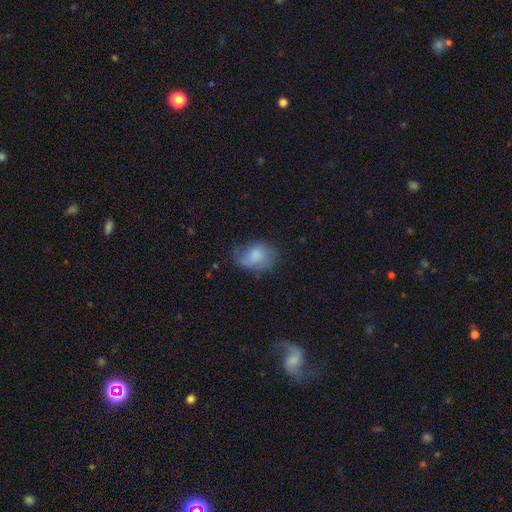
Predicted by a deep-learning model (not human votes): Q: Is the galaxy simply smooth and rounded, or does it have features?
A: smooth — 71%.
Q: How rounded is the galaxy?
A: in between — 76%.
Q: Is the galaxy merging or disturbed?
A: none — 46%.